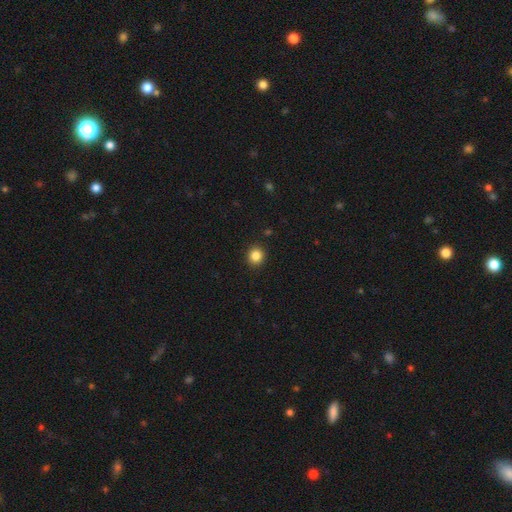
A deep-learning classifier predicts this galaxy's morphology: smooth_or_featured: smooth (p=0.85) [alt: star or artifact p=0.11]
how_rounded: round (p=0.89) [alt: in between p=0.11]
merging: none (p=0.92) [alt: minor disturbance p=0.05]